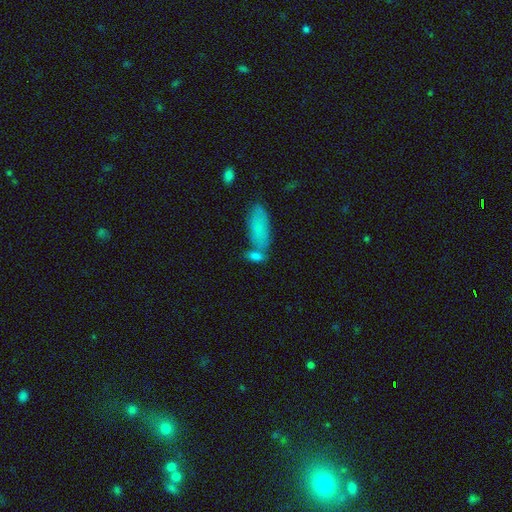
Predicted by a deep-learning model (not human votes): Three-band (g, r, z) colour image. It shows a smooth galaxy with no disk features (79%) that is in between round and cigar-shaped (75%). Merging: none (48%).